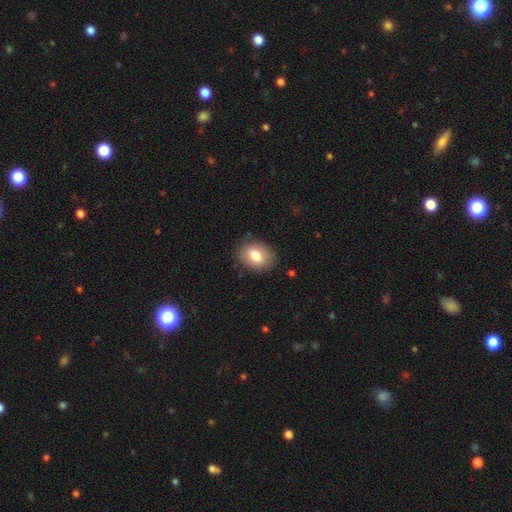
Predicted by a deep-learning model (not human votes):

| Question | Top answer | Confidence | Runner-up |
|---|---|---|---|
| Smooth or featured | smooth | 81% | featured or disk (11%) |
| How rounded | in between | 71% | round (28%) |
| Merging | none | 85% | minor disturbance (11%) |